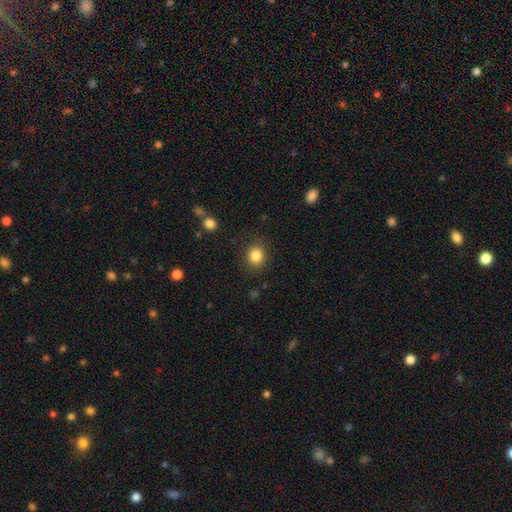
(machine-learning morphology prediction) This is clearly a smooth galaxy (84%). How rounded: likely round (78%). Merging: clearly none (87%).